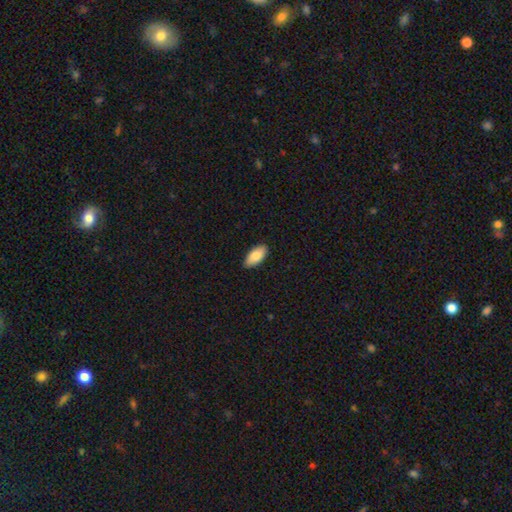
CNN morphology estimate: Overall: smooth (84%). How rounded: in between (91%). Merging: none (88%).